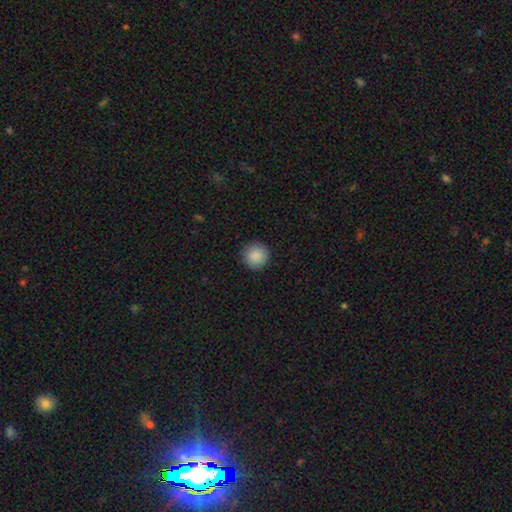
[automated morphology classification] Smooth or featured?
  - smooth: 89% *
  - star or artifact: 8%
  - featured or disk: 3%
How rounded?
  - round: 95% *
  - in between: 4%
  - cigar-shaped: 1%
Merging?
  - none: 91% *
  - minor disturbance: 6%
  - major disturbance: 2%
  - merger: 1%